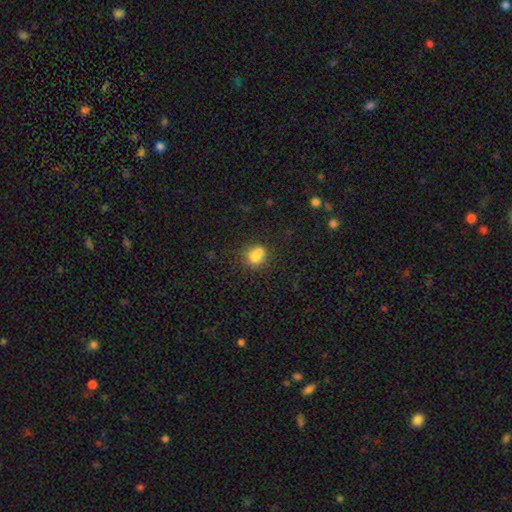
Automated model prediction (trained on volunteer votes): Q: Smooth or featured?
A: smooth (74%); runner-up: featured or disk (14%)
Q: How rounded?
A: round (79%); runner-up: in between (20%)
Q: Merging?
A: none (46%); runner-up: merger (38%)